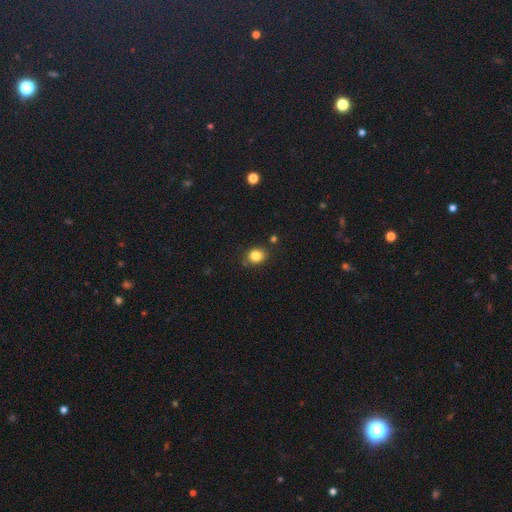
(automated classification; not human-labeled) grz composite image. It shows a smooth galaxy with no disk features (84%) that is round (65%). Merging: none (79%).